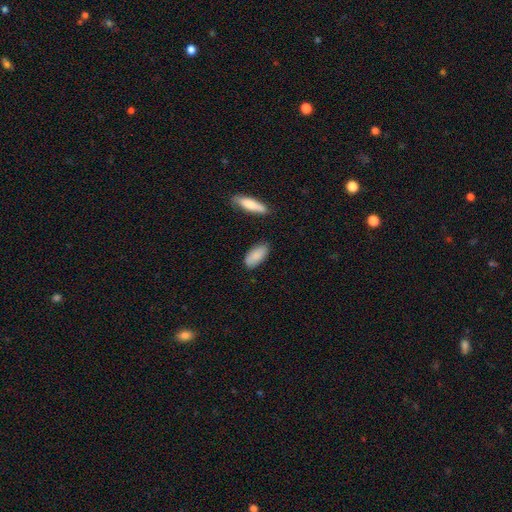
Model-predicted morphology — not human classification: Smooth or featured? Predicted: smooth (p=0.87). How rounded? Predicted: in between (p=0.86). Merging? Predicted: none (p=0.78).